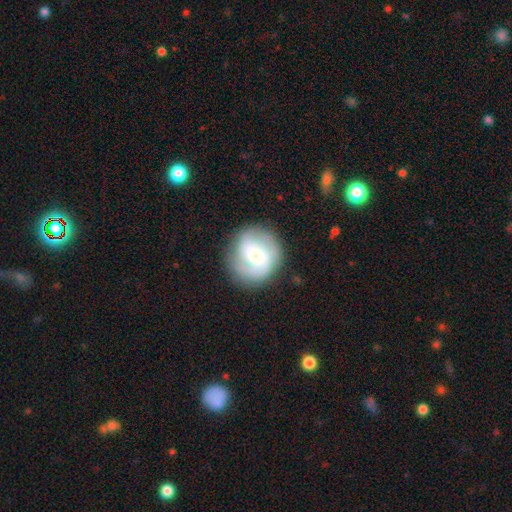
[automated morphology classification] smooth_or_featured: featured or disk (p=0.59) [alt: smooth p=0.33]
disk_edge_on: no (p=0.97) [alt: yes p=0.03]
bar: weak (p=0.45) [alt: no p=0.38]
has_spiral_arms: yes (p=0.84) [alt: no p=0.16]
bulge_size: small (p=0.46) [tied with: moderate p=0.46]
merging: none (p=0.81) [alt: minor disturbance p=0.12]